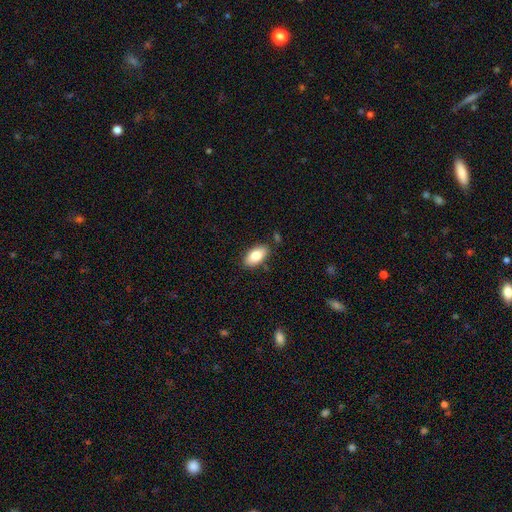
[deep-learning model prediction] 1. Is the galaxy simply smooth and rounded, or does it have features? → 81% smooth, 12% featured or disk, 7% star or artifact.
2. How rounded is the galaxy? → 93% in between, 4% round, 3% cigar-shaped.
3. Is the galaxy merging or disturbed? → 83% none, 11% minor disturbance, 3% merger, 2% major disturbance.